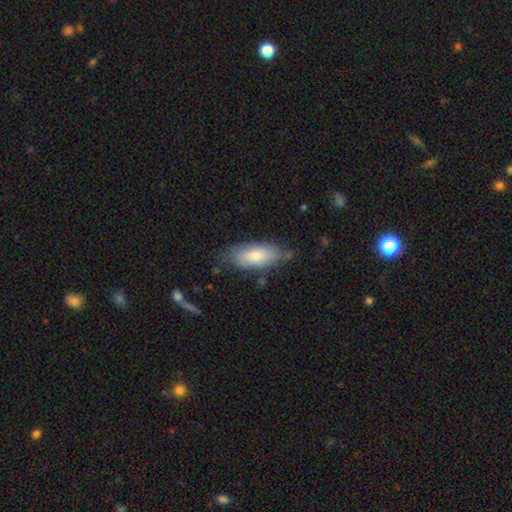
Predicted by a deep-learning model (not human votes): Smooth or featured? Predicted: smooth (p=0.72). How rounded? Predicted: in between (p=0.82). Merging? Predicted: none (p=0.65).